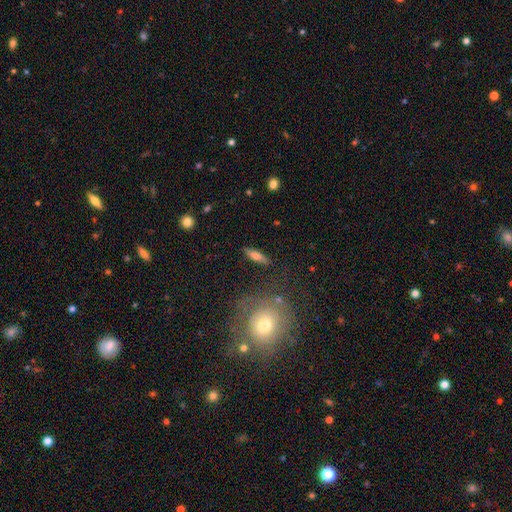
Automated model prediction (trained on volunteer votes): smooth_or_featured: smooth (p=0.64) [alt: featured or disk p=0.28]
how_rounded: cigar-shaped (p=0.63) [alt: in between p=0.34]
merging: none (p=0.84) [alt: minor disturbance p=0.10]